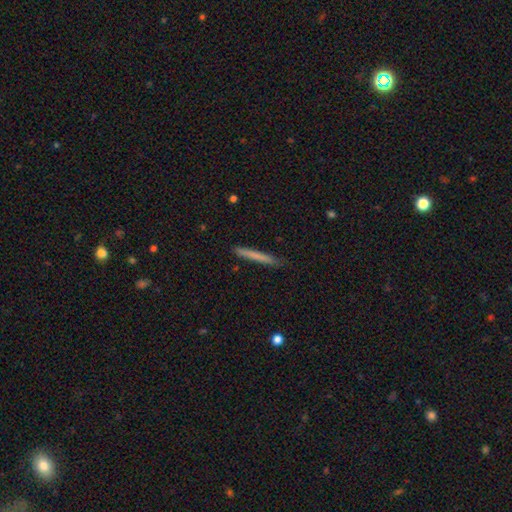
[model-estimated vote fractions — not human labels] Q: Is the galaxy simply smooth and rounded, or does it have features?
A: smooth — 72%.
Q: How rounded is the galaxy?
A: cigar-shaped — 97%.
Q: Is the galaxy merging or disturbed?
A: none — 87%.